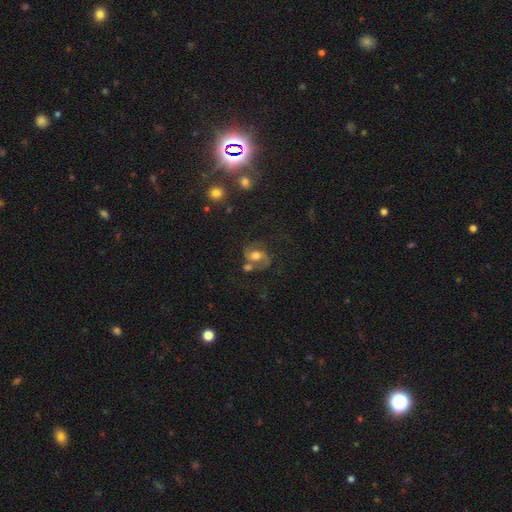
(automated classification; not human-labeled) Smooth or featured? featured or disk (72%)
Edge-on disk? no (97%)
Bar? no (46%)
Spiral arms? yes (91%)
Spiral winding? medium (54%)
Spiral arm count? 2 (88%)
Bulge size? moderate (66%)
Merging? none (55%)